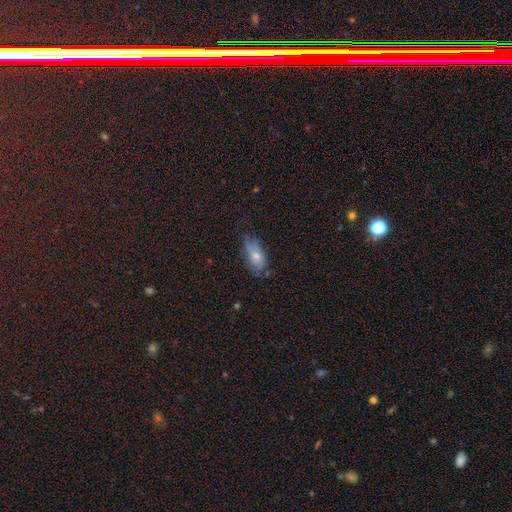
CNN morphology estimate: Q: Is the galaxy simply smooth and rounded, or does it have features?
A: smooth — 67%.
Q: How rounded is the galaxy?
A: in between — 89%.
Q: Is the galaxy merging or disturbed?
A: none — 57%.